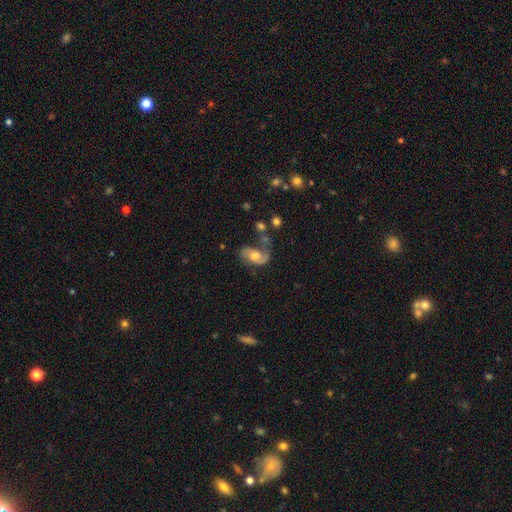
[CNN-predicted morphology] smooth_or_featured: featured or disk (p=0.73) [alt: smooth p=0.19]
disk_edge_on: no (p=0.97) [alt: yes p=0.03]
bar: no (p=0.64) [alt: weak p=0.30]
has_spiral_arms: yes (p=0.91) [alt: no p=0.09]
spiral_winding: loose (p=0.45) [alt: medium p=0.41]
spiral_arm_count: 2 (p=0.75) [alt: 1 p=0.17]
bulge_size: moderate (p=0.59) [alt: large p=0.21]
merging: none (p=0.44) [alt: major disturbance p=0.22]